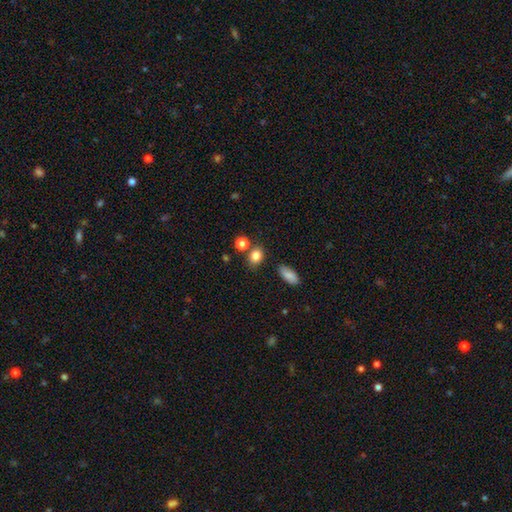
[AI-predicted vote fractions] Overall: smooth (82%). How rounded: round (53%; in between 45%). Merging: none (71%).